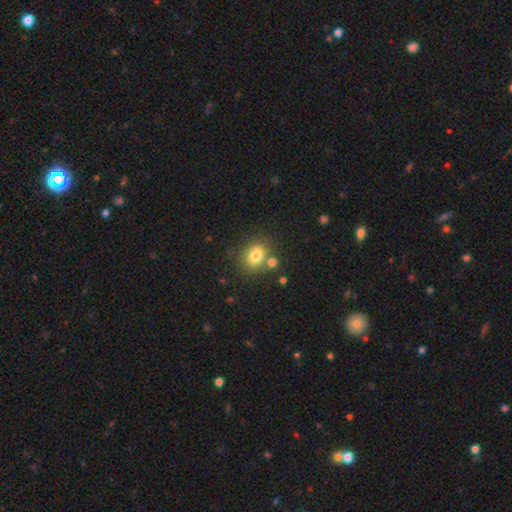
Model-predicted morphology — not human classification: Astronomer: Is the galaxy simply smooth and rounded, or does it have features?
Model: smooth — 79%.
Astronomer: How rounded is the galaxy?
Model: in between — 52% (runner-up: round, 47%).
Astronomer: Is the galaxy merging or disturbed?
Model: none — 66%.